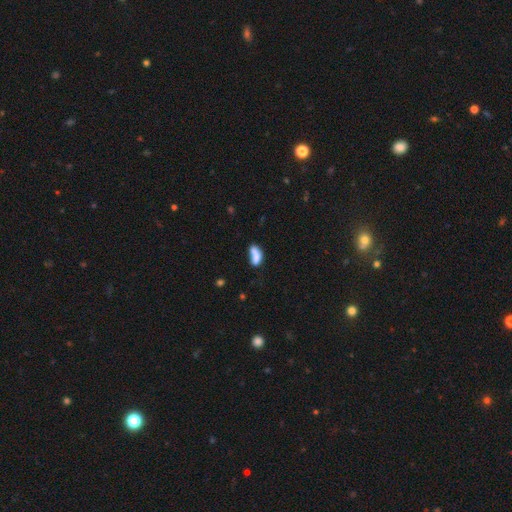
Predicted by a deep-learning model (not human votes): Overall: smooth (73%). How rounded: in between (82%). Merging: merger (40%; none 30%).